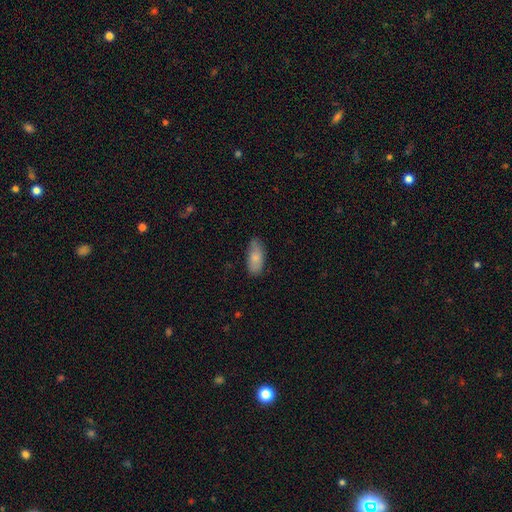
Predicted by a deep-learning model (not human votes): Smooth or featured: smooth — 81% (featured or disk — 13%)
How rounded: in between — 87% (cigar-shaped — 11%)
Merging: none — 76% (minor disturbance — 19%)